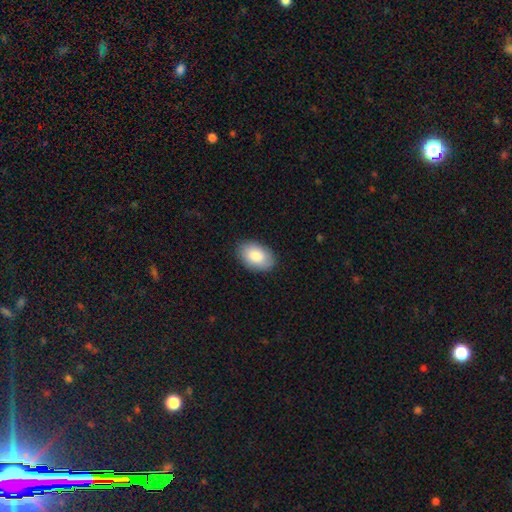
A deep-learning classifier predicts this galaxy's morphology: Smooth or featured? smooth (84%)
How rounded? in between (91%)
Merging? none (87%)